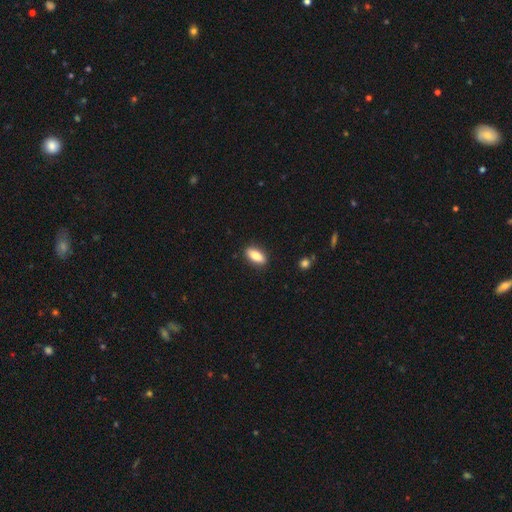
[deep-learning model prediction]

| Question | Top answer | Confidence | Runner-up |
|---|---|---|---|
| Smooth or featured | smooth | 83% | featured or disk (11%) |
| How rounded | in between | 80% | cigar-shaped (17%) |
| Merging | none | 88% | minor disturbance (9%) |